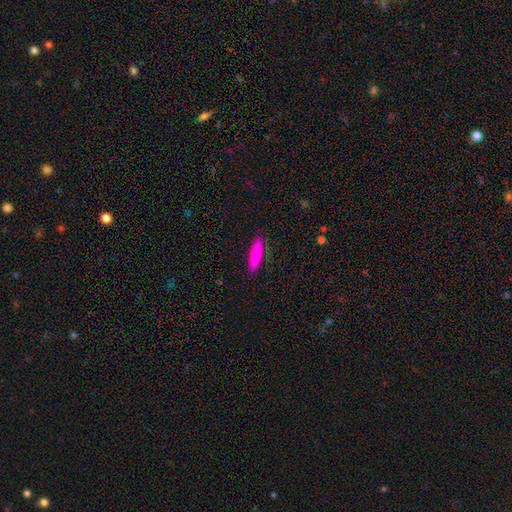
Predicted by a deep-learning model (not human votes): Smooth or featured: smooth — 81% (featured or disk — 13%)
How rounded: cigar-shaped — 86% (in between — 12%)
Merging: none — 90% (minor disturbance — 7%)